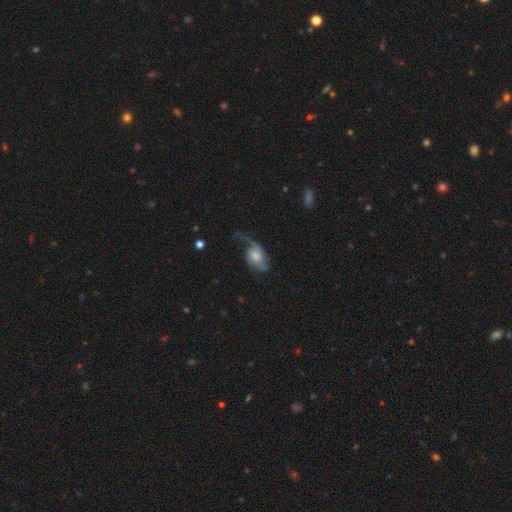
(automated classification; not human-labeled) smooth_or_featured: featured or disk (p=0.55) [alt: smooth p=0.37]
disk_edge_on: no (p=0.95) [alt: yes p=0.05]
bar: no (p=0.70) [alt: weak p=0.25]
has_spiral_arms: yes (p=0.81) [alt: no p=0.19]
bulge_size: moderate (p=0.42) [alt: small p=0.32]
merging: major disturbance (p=0.44) [alt: none p=0.29]